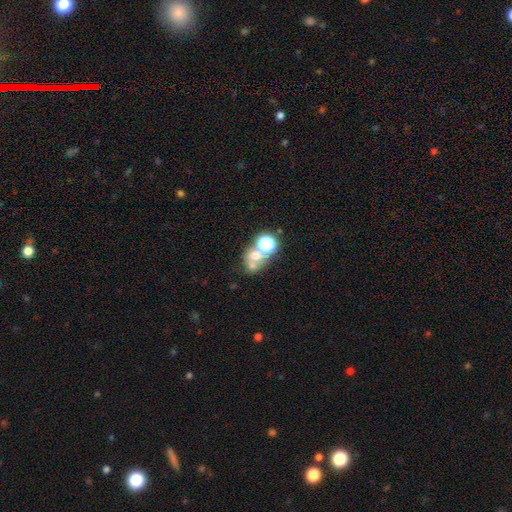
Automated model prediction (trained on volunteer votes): This appears to be a smooth galaxy with no disk features (53%) that is round (68%). Merging: merger (48%).